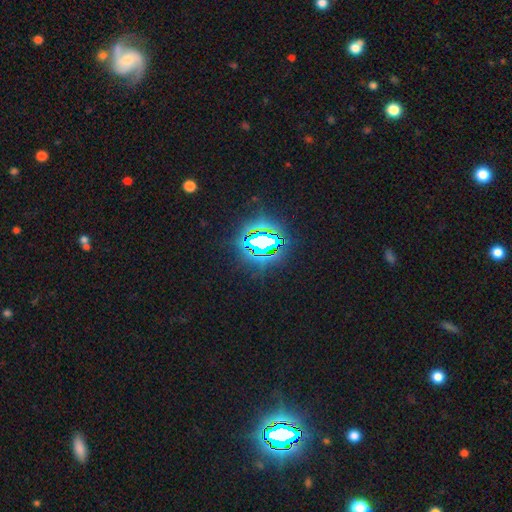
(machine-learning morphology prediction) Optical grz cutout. It shows a star or artifact, not a galaxy (84%).